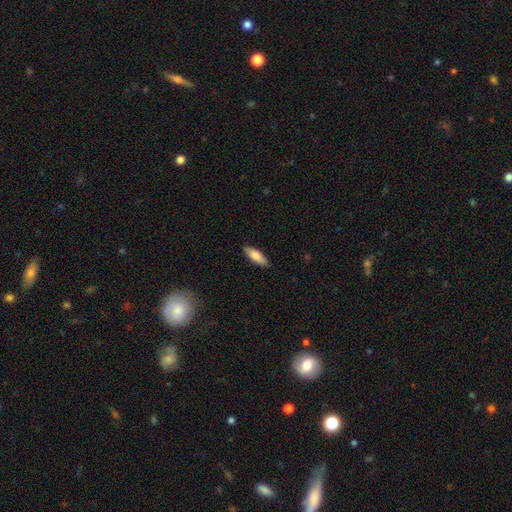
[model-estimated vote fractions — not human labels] smooth_or_featured: smooth (p=0.83) [alt: featured or disk p=0.11]
how_rounded: in between (p=0.61) [alt: cigar-shaped p=0.38]
merging: none (p=0.87) [alt: minor disturbance p=0.10]